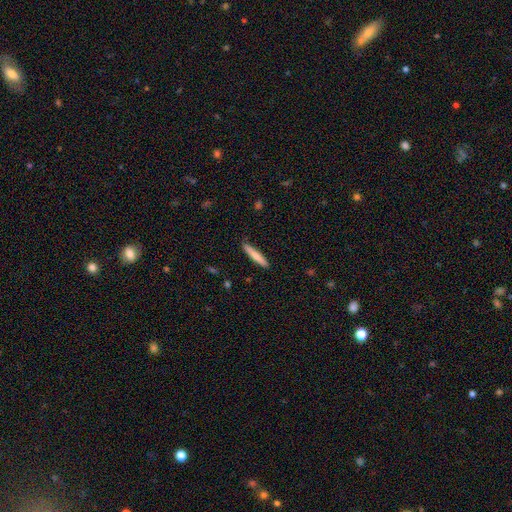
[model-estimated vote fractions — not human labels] smooth 74%, featured or disk 21%, star or artifact 5%. Down the decision tree: how rounded — cigar-shaped (92%); merging — none (88%).